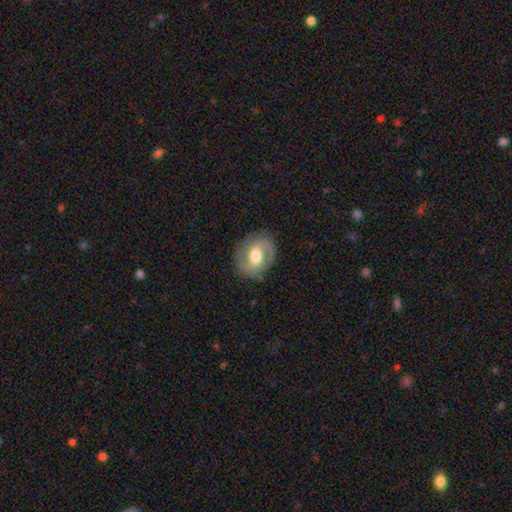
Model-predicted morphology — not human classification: featured or disk 74%, smooth 20%, star or artifact 6%. Down the decision tree: edge-on disk — no (97%); bar — weak (48%); spiral arms — yes (87%); spiral arm count — 2 (88%); spiral winding — medium (51%); bulge size — moderate (71%); merging — none (83%).